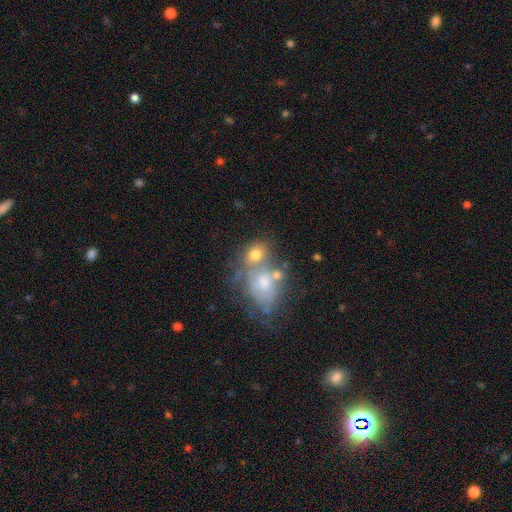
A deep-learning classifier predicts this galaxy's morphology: smooth_or_featured: smooth (p=0.47) [alt: featured or disk p=0.39]
merging: merger (p=0.43) [alt: none p=0.30]